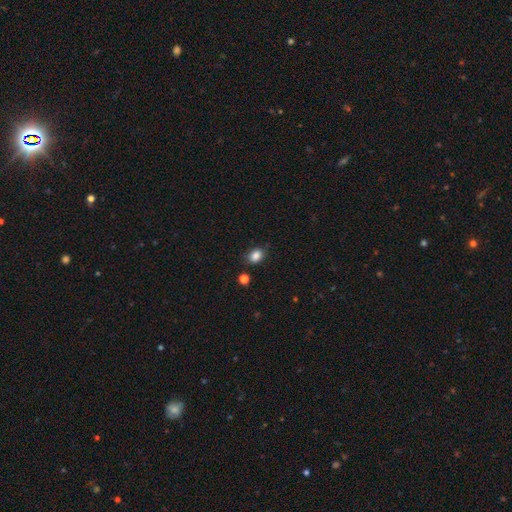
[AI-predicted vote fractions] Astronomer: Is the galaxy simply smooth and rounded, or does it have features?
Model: smooth — 85%.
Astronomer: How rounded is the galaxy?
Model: in between — 64%.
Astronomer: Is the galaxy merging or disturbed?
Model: none — 77%.